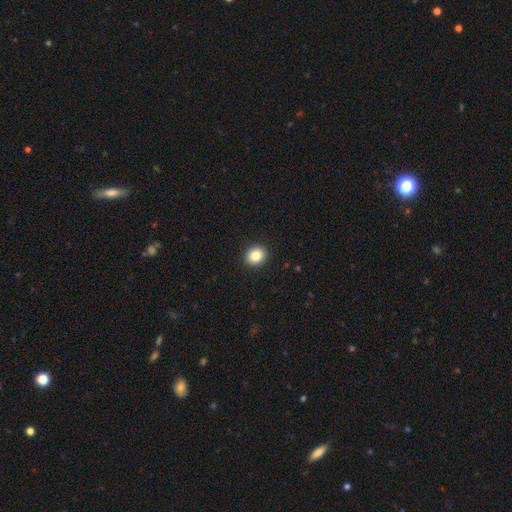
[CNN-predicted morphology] This is clearly a smooth galaxy (86%). How rounded: likely round (67%). Merging: clearly none (92%).